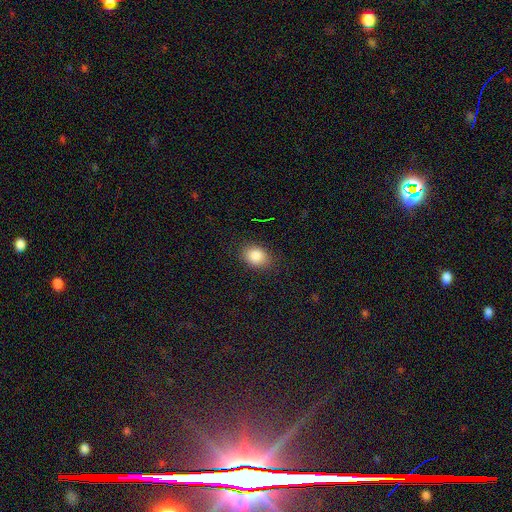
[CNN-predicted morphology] Smooth or featured? Predicted: smooth (p=0.86). How rounded? Predicted: in between (p=0.70). Merging? Predicted: none (p=0.86).